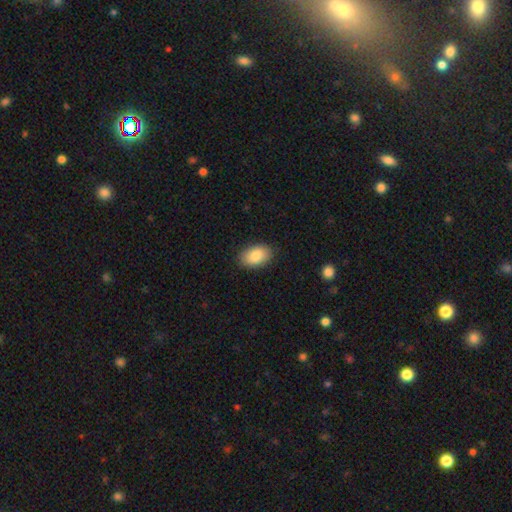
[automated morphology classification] smooth-or-featured: smooth: 85% | featured or disk: 8% | star or artifact: 7%
  how-rounded: in between: 91% | round: 8% | cigar-shaped: 1%
  merging: none: 88% | minor disturbance: 9% | major disturbance: 2% | merger: 1%